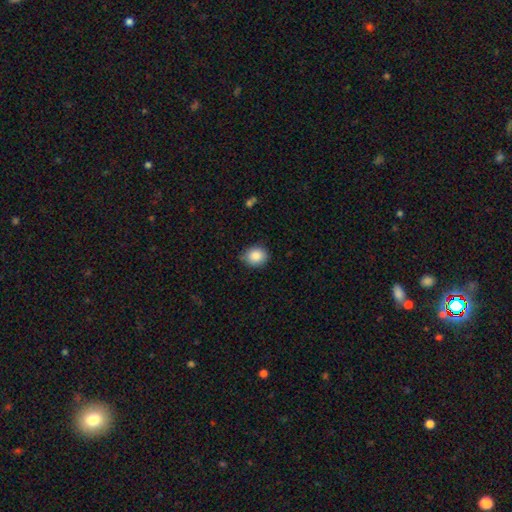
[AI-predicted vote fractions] A smooth galaxy with no disk features (86%) that is round (68%).

Vote fractions:
- Smooth or featured? smooth: 86% / star or artifact: 9% / featured or disk: 5%
- How rounded? round: 68% / in between: 31% / cigar-shaped: 1%
- Merging? none: 79% / minor disturbance: 17% / major disturbance: 3% / merger: 1%